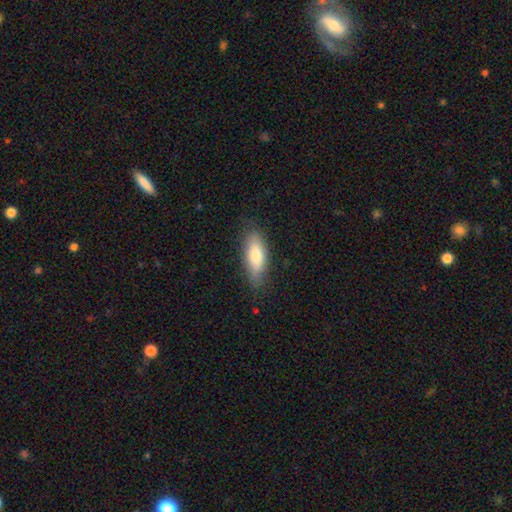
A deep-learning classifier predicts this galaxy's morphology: The model was most divided on "how rounded": in between: 63%, cigar-shaped: 35%, round: 2%. More confident: merging — none (80%); smooth or featured — smooth (73%).